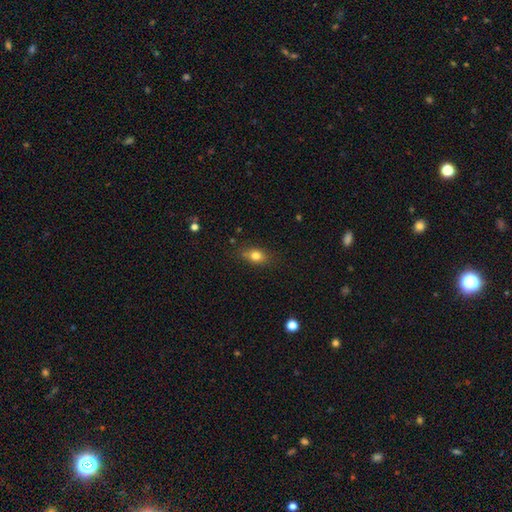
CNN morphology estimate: smooth_or_featured: smooth (p=0.79) [alt: featured or disk p=0.11]
how_rounded: in between (p=0.69) [alt: round p=0.27]
merging: none (p=0.78) [alt: minor disturbance p=0.16]